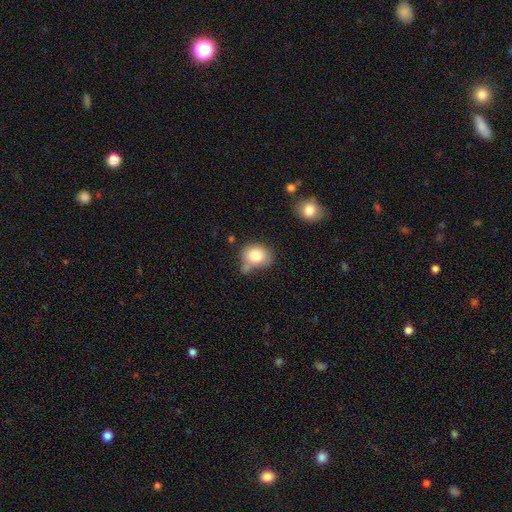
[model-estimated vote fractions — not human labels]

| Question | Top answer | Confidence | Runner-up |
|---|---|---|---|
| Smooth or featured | smooth | 80% | featured or disk (11%) |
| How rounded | round | 59% | in between (40%) |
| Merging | none | 57% | minor disturbance (21%) |